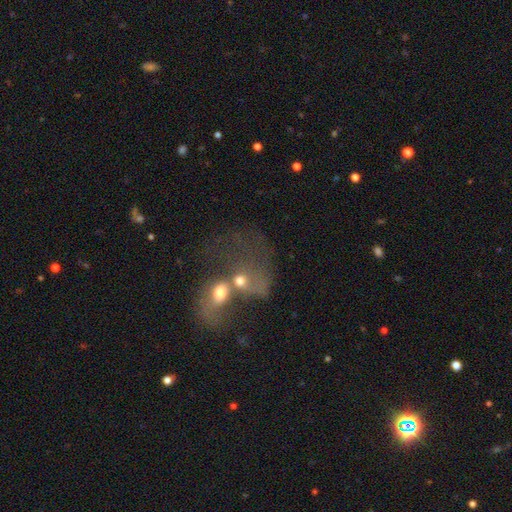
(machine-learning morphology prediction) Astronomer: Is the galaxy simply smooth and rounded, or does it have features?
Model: featured or disk — 51% (runner-up: smooth, 30%).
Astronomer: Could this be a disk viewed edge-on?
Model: no — 95%.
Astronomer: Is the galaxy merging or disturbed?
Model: merger — 77%.